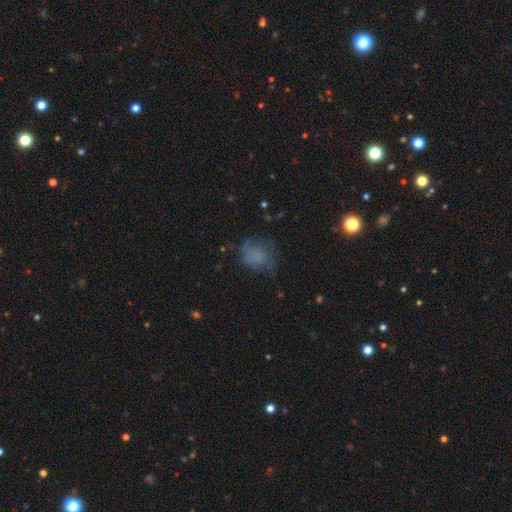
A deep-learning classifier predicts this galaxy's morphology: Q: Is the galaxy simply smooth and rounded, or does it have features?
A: smooth — 60%.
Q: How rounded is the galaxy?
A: round — 54%.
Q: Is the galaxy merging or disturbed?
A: none — 50%.